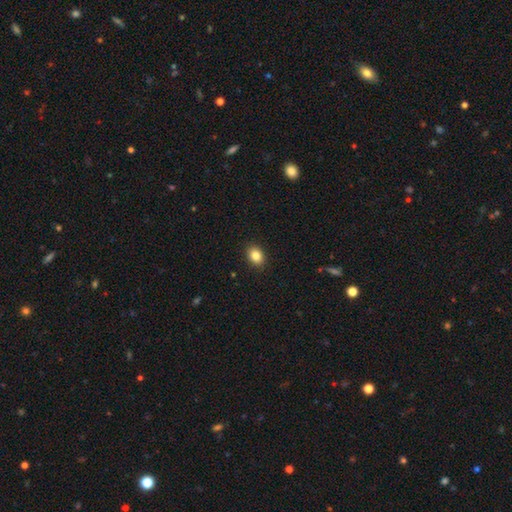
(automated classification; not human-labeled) The model was most divided on "how rounded": in between: 64%, round: 35%, cigar-shaped: 1%. More confident: merging — none (90%); smooth or featured — smooth (85%).